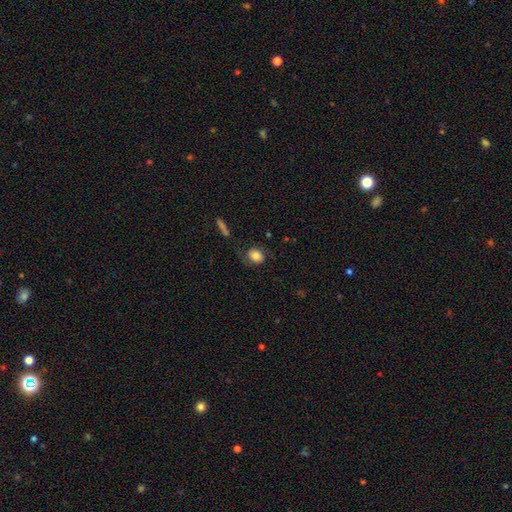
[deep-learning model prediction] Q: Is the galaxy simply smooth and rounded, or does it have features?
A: smooth — 77%.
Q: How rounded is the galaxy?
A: round — 56%.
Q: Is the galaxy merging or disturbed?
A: none — 64%.